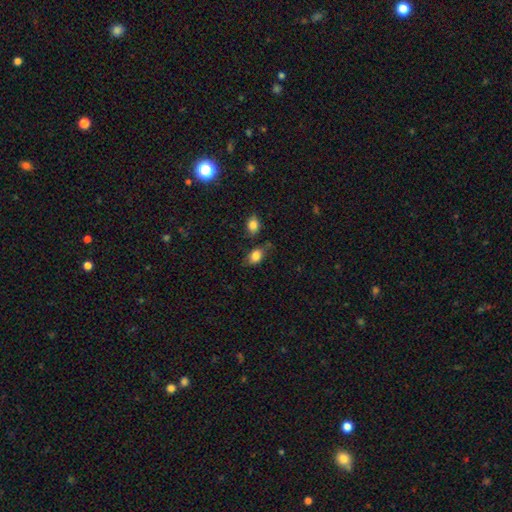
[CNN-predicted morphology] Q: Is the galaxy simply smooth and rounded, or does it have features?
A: smooth — 81%.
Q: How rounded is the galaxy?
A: in between — 83%.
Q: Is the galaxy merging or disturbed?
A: none — 61%.